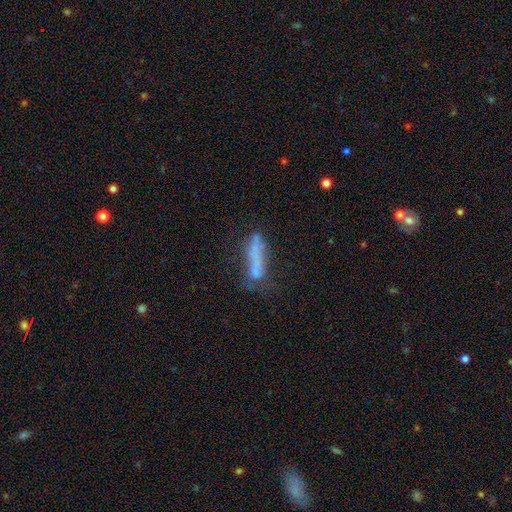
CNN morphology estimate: A smooth galaxy with no disk features (54%) that is cigar-shaped (75%). Merging: none (39%).